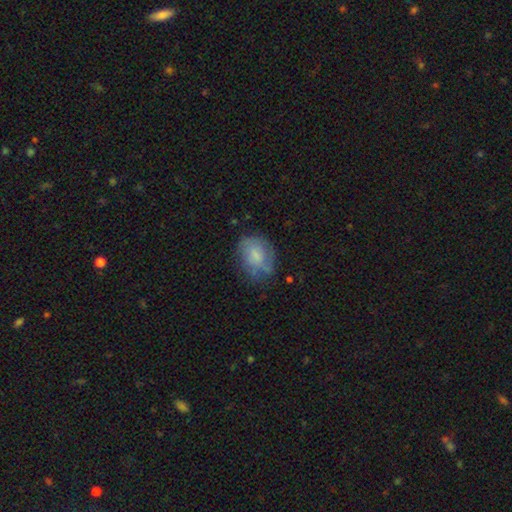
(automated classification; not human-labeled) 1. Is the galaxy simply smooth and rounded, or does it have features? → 62% smooth, 29% featured or disk, 8% star or artifact.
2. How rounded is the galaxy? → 67% in between, 32% round, 1% cigar-shaped.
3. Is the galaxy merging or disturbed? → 56% none, 28% minor disturbance, 13% major disturbance, 2% merger.